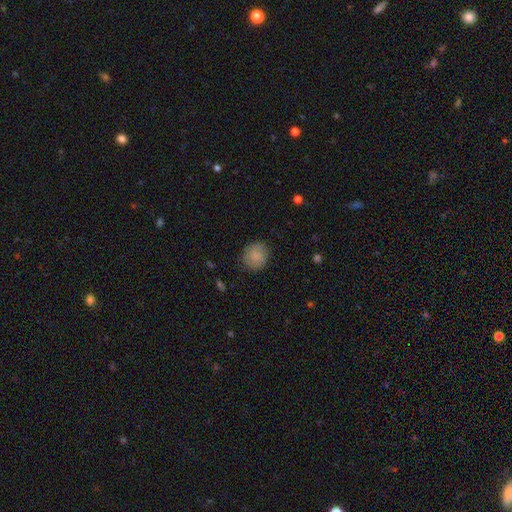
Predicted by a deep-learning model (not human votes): Smooth or featured? Predicted: smooth (p=0.80). How rounded? Predicted: round (p=0.83). Merging? Predicted: none (p=0.82).